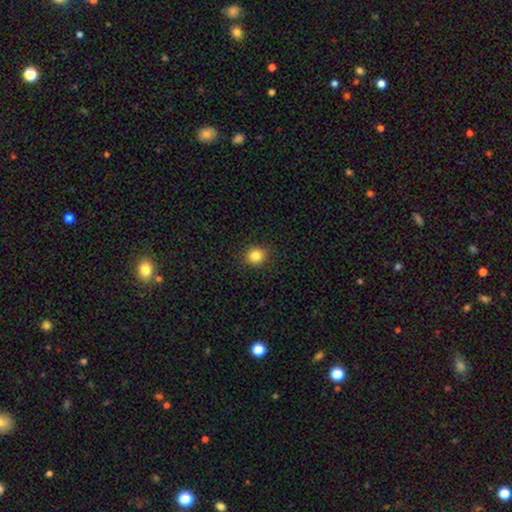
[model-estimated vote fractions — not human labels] Smooth or featured? Predicted: smooth (p=0.84). How rounded? Predicted: round (p=0.84). Merging? Predicted: none (p=0.90).